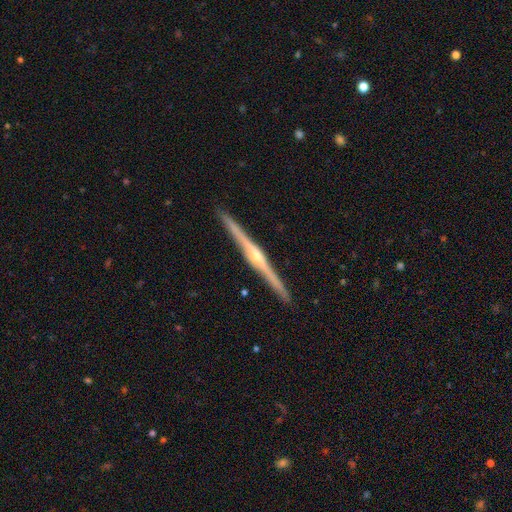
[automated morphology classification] Smooth or featured? Predicted: featured or disk (p=0.87). Edge-on disk? Predicted: yes (p=0.99). Edge-on bulge? Predicted: rounded (p=0.88). Merging? Predicted: none (p=0.93).